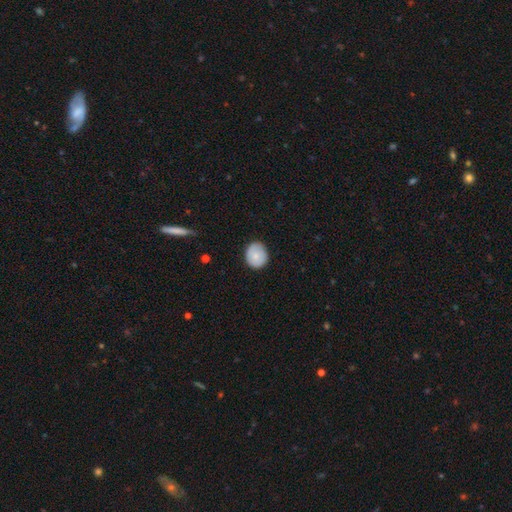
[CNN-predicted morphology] Smooth or featured? smooth (78%)
How rounded? round (75%)
Merging? none (84%)